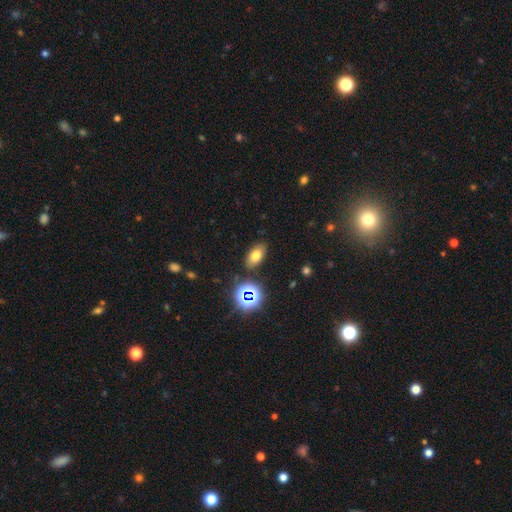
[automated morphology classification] Q: Smooth or featured?
A: smooth (69%); runner-up: star or artifact (19%)
Q: How rounded?
A: in between (87%); runner-up: round (10%)
Q: Merging?
A: none (84%); runner-up: minor disturbance (10%)